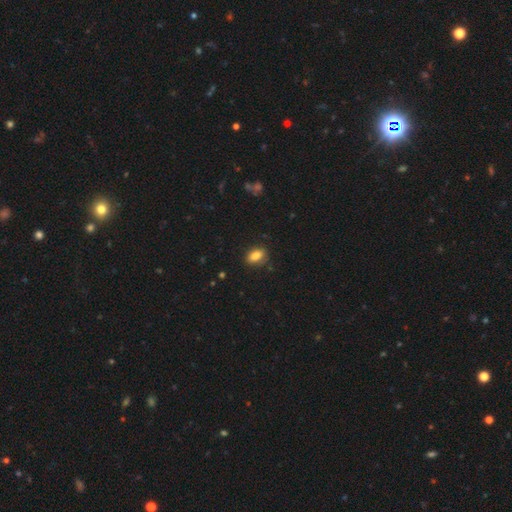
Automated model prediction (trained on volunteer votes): A smooth galaxy with no disk features (84%) that is in between round and cigar-shaped (86%). Merging: none (83%).